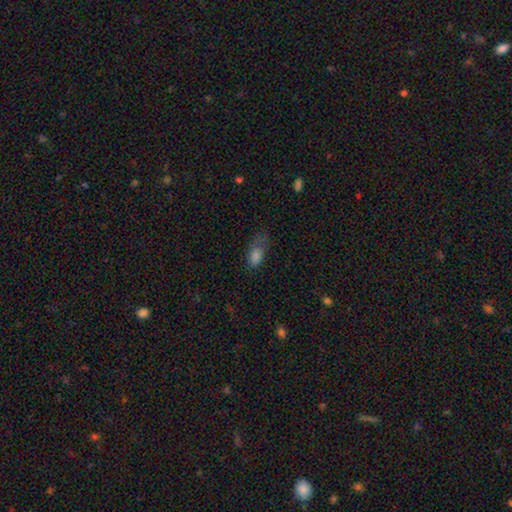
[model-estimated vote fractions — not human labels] Smooth or featured? smooth (75%)
How rounded? in between (84%)
Merging? none (41%)